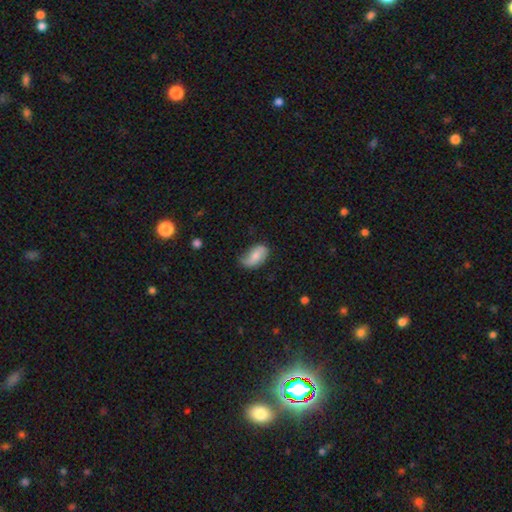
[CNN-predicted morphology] type=smooth (61%); roundness=in between (92%); merging=none (57%).